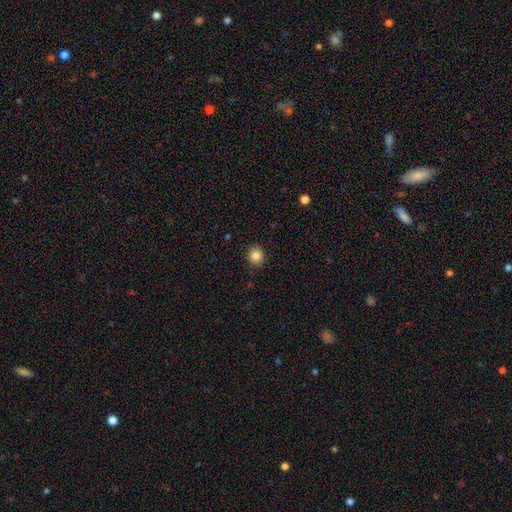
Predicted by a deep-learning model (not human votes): This appears to be a smooth galaxy with no disk features (85%) that is round (83%). Merging: none (89%).